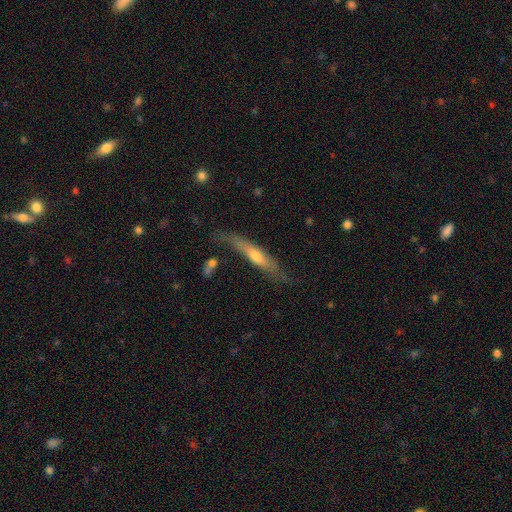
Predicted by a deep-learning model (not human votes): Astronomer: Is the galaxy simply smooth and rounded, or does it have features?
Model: featured or disk — 64%.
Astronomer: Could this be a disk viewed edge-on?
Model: yes — 83%.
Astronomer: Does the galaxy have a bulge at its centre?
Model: rounded — 75%.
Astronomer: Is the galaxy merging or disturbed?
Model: none — 67%.